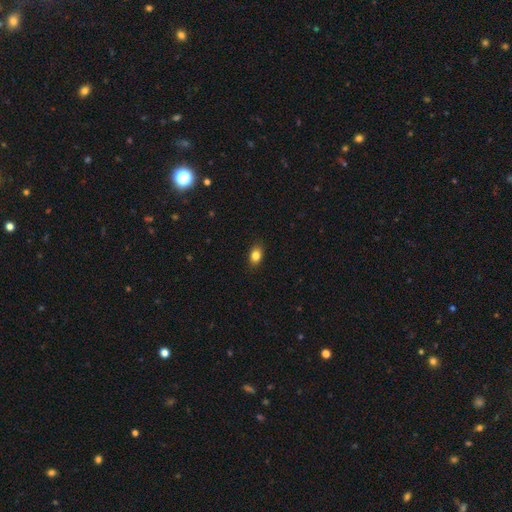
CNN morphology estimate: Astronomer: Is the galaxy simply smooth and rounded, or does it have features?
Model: smooth — 84%.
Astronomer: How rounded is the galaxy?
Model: in between — 81%.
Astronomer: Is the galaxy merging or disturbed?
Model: none — 87%.